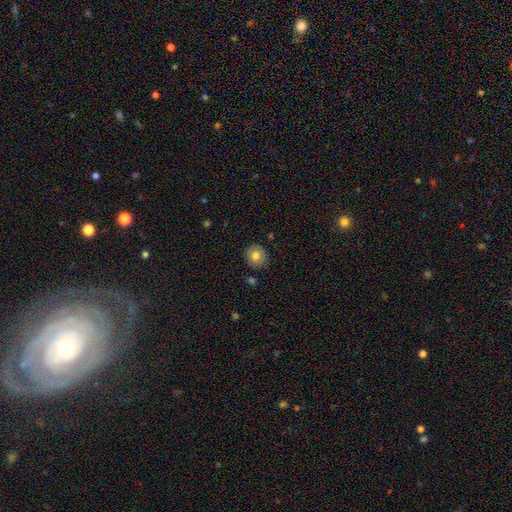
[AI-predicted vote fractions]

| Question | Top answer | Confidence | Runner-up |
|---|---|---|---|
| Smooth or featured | smooth | 76% | featured or disk (15%) |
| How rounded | round | 84% | in between (15%) |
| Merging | none | 86% | minor disturbance (10%) |